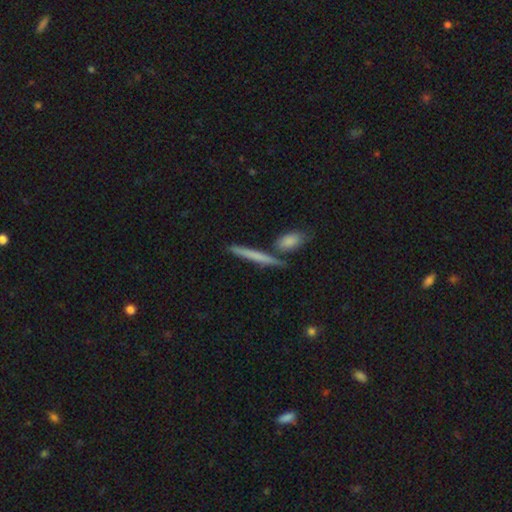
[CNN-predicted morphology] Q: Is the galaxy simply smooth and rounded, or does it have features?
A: smooth — 61%.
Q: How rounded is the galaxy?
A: cigar-shaped — 91%.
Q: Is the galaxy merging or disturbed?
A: none — 75%.